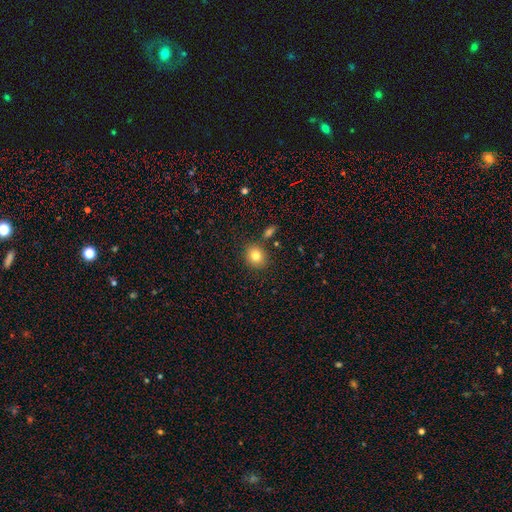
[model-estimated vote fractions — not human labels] smooth-or-featured: smooth: 81% | star or artifact: 10% | featured or disk: 8%
  how-rounded: round: 73% | in between: 26% | cigar-shaped: 1%
  merging: none: 83% | minor disturbance: 9% | merger: 6% | major disturbance: 2%